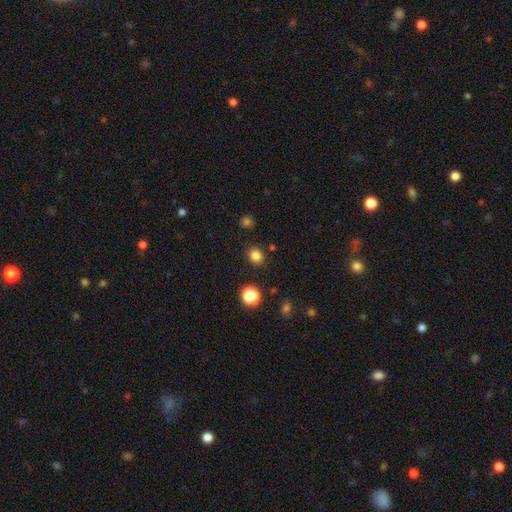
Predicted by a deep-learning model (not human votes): Smooth or featured? Predicted: smooth (p=0.82). How rounded? Predicted: round (p=0.72). Merging? Predicted: none (p=0.86).